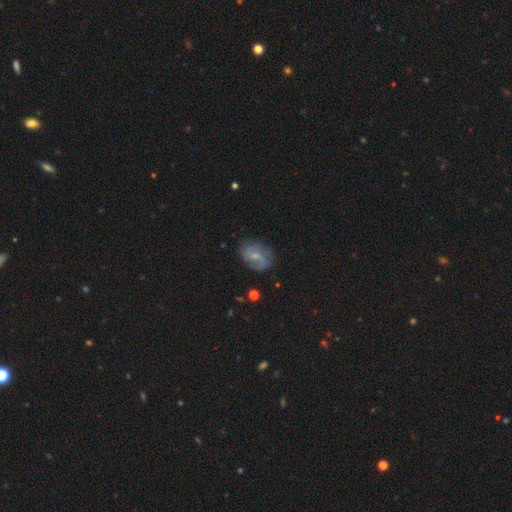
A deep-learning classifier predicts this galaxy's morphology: Smooth or featured: featured or disk — 65% (smooth — 27%)
Edge-on disk: no — 97% (yes — 3%)
Bar: weak — 49% (no — 41%)
Spiral arms: yes — 85% (no — 15%)
Spiral winding: medium — 41% (loose — 38%)
Spiral arm count: 2 — 66% (can't tell — 18%)
Bulge size: small — 56% (moderate — 31%)
Merging: none — 67% (minor disturbance — 22%)